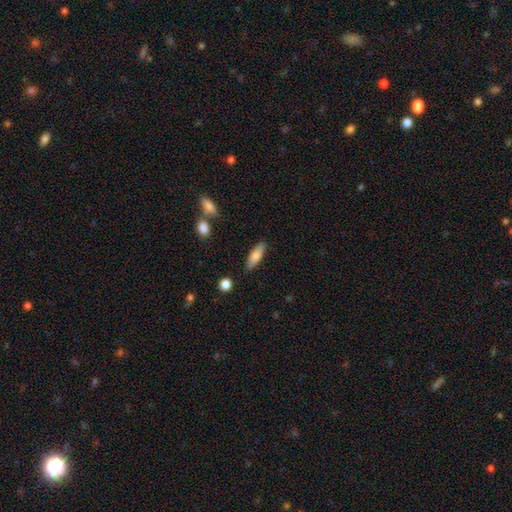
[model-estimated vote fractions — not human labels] smooth 78%, featured or disk 15%, star or artifact 6%. Down the decision tree: how rounded — in between (49%, tied with cigar-shaped); merging — none (84%).